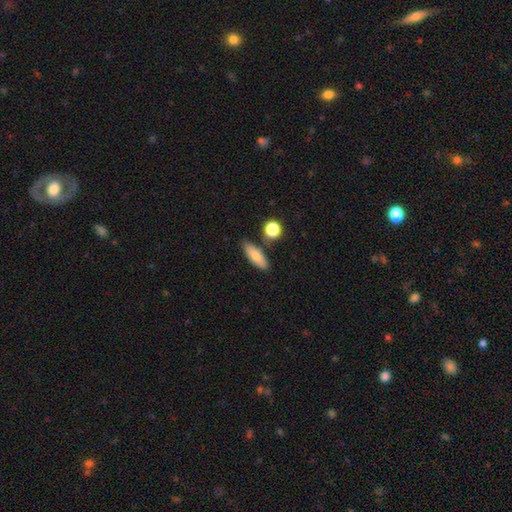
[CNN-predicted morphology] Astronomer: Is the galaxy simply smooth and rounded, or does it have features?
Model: smooth — 77%.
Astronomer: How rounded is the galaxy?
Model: in between — 62%.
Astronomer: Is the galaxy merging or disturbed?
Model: none — 77%.